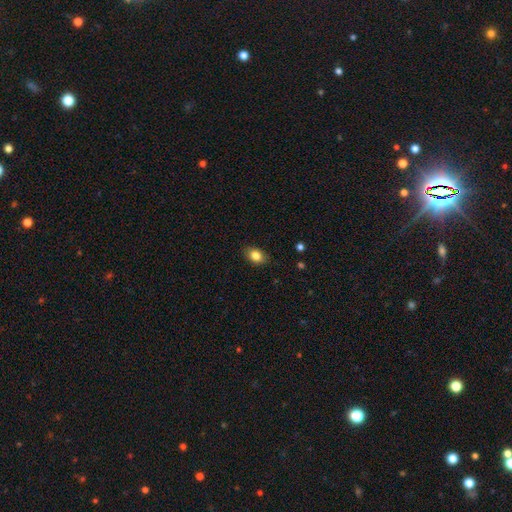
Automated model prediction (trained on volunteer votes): A smooth galaxy with no disk features (84%) that is in between round and cigar-shaped (74%). Merging: none (85%).